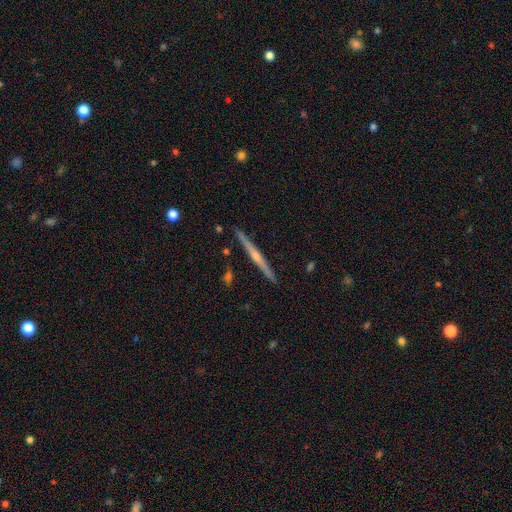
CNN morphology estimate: A featured or disk galaxy (75%) viewed edge-on (97%) with a rounded central bulge (73%).

Vote fractions:
- Smooth or featured? featured or disk: 75% / smooth: 18% / star or artifact: 8%
- Edge-on disk? yes: 97% / no: 3%
- Edge-on bulge? rounded: 73% / none: 19% / boxy: 8%
- Merging? none: 89% / minor disturbance: 8% / major disturbance: 2% / merger: 2%